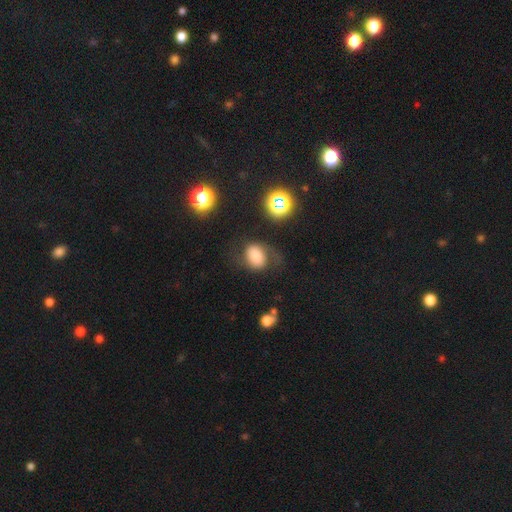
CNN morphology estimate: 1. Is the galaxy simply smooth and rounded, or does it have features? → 51% smooth, 36% featured or disk, 14% star or artifact.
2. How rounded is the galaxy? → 59% in between, 40% round, 1% cigar-shaped.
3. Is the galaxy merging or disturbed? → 53% none, 22% major disturbance, 21% minor disturbance, 4% merger.